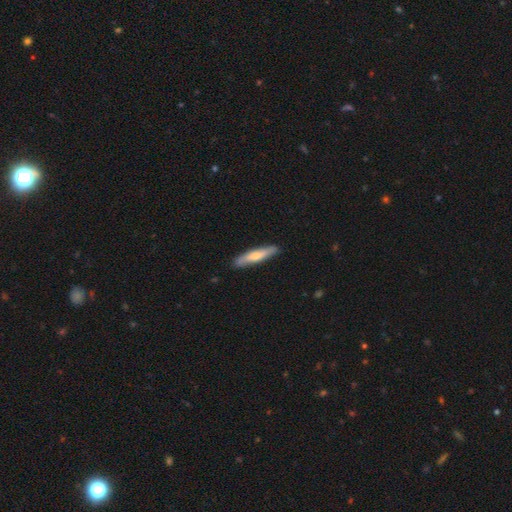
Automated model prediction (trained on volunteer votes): Smooth or featured: smooth — 62% (featured or disk — 33%)
How rounded: cigar-shaped — 86% (in between — 13%)
Merging: none — 89% (minor disturbance — 9%)